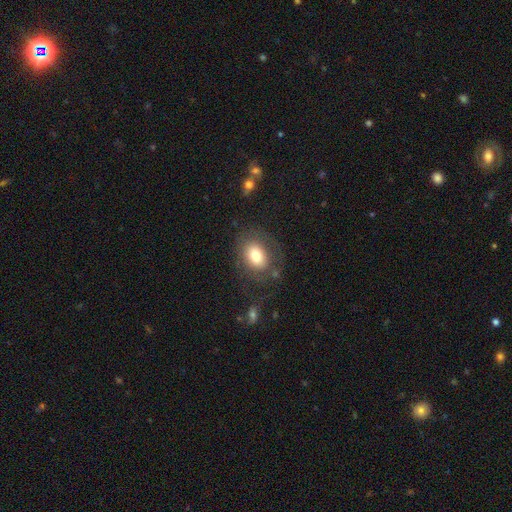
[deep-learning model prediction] smooth-or-featured: smooth: 73% | featured or disk: 18% | star or artifact: 9%
  how-rounded: in between: 67% | round: 32% | cigar-shaped: 1%
  merging: none: 70% | minor disturbance: 16% | major disturbance: 11% | merger: 3%